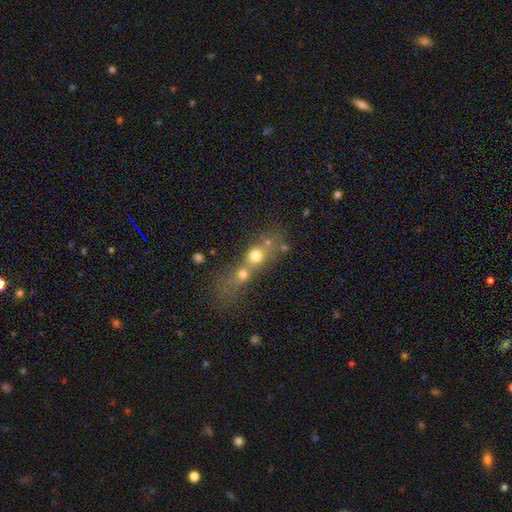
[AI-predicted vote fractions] A smooth galaxy with no disk features (48%).

Vote fractions:
- Smooth or featured? smooth: 48% / featured or disk: 28% / star or artifact: 24%
- Merging? merger: 57% / none: 27% / minor disturbance: 8% / major disturbance: 8%